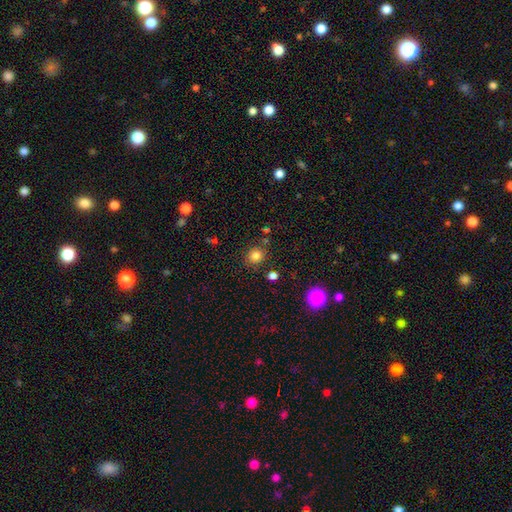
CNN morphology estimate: smooth 83%, star or artifact 13%, featured or disk 5%. Down the decision tree: how rounded — round (84%); merging — none (82%).